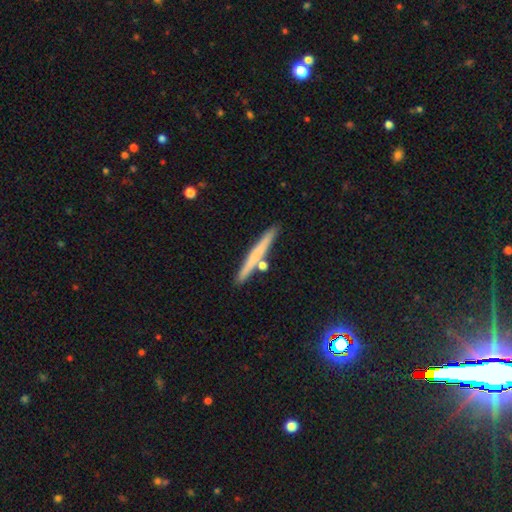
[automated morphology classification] smooth 57%, featured or disk 36%, star or artifact 7%. Down the decision tree: how rounded — cigar-shaped (96%); merging — none (84%).